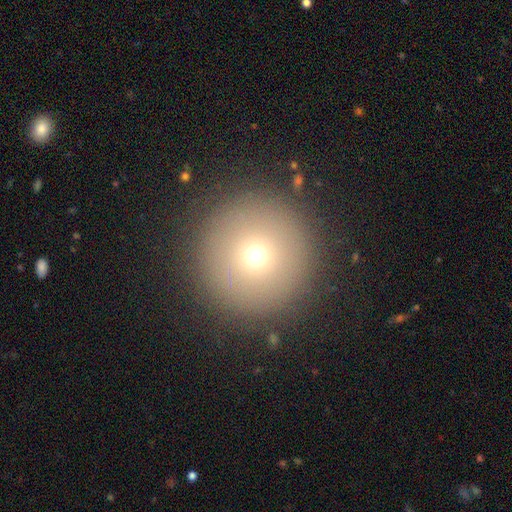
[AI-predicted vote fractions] Smooth or featured? smooth (69%)
How rounded? round (97%)
Merging? none (90%)